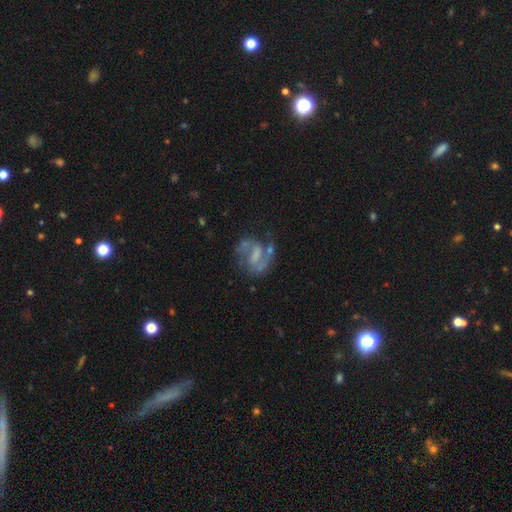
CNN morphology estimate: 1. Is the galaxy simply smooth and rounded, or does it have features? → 80% featured or disk, 12% smooth, 8% star or artifact.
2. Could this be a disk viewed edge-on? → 98% no, 2% yes.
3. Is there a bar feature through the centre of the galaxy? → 45% weak, 35% strong, 19% no.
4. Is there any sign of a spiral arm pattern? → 89% yes, 11% no.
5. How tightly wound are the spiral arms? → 52% medium, 29% loose, 19% tight.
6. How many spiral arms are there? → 84% 2, 6% can't tell, 6% 1, 2% 3, 1% 4, 1% more than 4.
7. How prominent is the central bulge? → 49% none, 24% small, 20% moderate, 6% large, 1% dominant.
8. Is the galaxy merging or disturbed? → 58% none, 19% minor disturbance, 17% major disturbance, 6% merger.